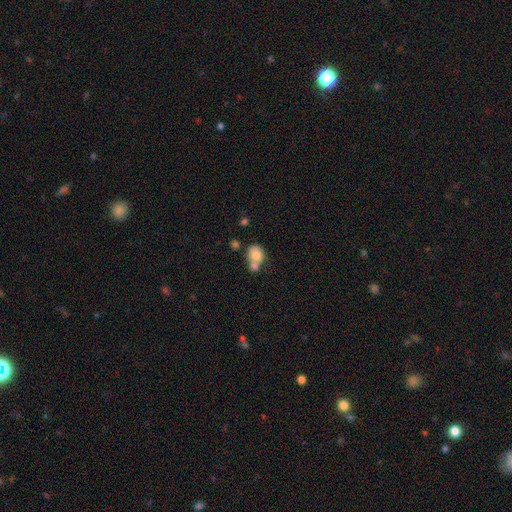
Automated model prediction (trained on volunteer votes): Smooth or featured: smooth — 77% (featured or disk — 15%)
How rounded: round — 52% (in between — 46%)
Merging: merger — 56% (none — 28%)